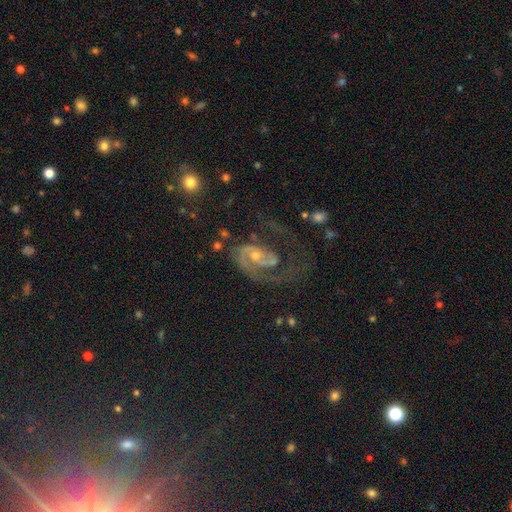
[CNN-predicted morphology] Smooth or featured? Predicted: featured or disk (p=0.85). Edge-on disk? Predicted: no (p=0.97). Bar? Predicted: no (p=0.62). Spiral arms? Predicted: yes (p=0.93). Spiral winding? Predicted: medium (p=0.47). Spiral arm count? Predicted: 2 (p=0.45). Bulge size? Predicted: small (p=0.57). Merging? Predicted: major disturbance (p=0.41).